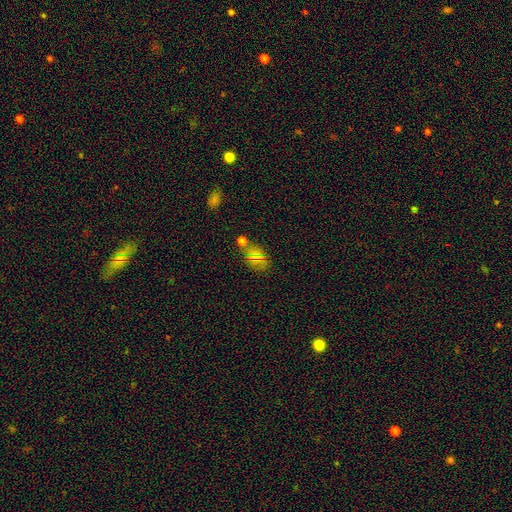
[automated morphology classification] smooth 65%, star or artifact 23%, featured or disk 12%. Down the decision tree: how rounded — in between (82%); merging — none (65%).